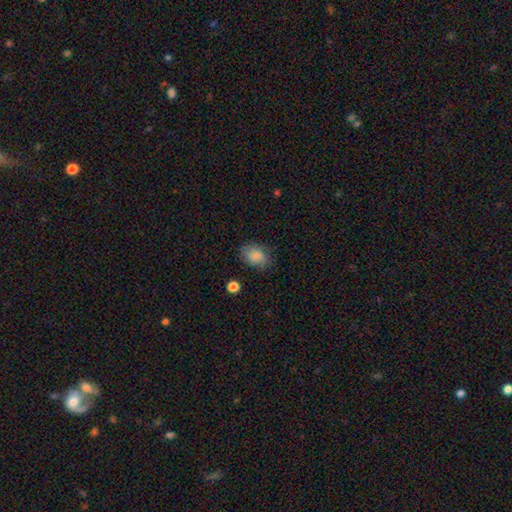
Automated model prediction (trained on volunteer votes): Smooth or featured?
  - smooth: 86% *
  - star or artifact: 8%
  - featured or disk: 6%
How rounded?
  - in between: 74% *
  - round: 25%
  - cigar-shaped: 1%
Merging?
  - none: 77% *
  - minor disturbance: 17%
  - major disturbance: 5%
  - merger: 2%